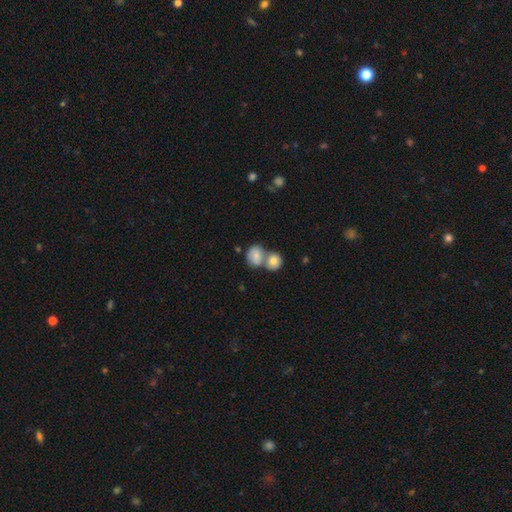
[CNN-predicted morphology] smooth-or-featured: smooth: 78% | featured or disk: 14% | star or artifact: 8%
  how-rounded: round: 57% | in between: 42% | cigar-shaped: 1%
  merging: merger: 59% | none: 29% | minor disturbance: 8% | major disturbance: 3%